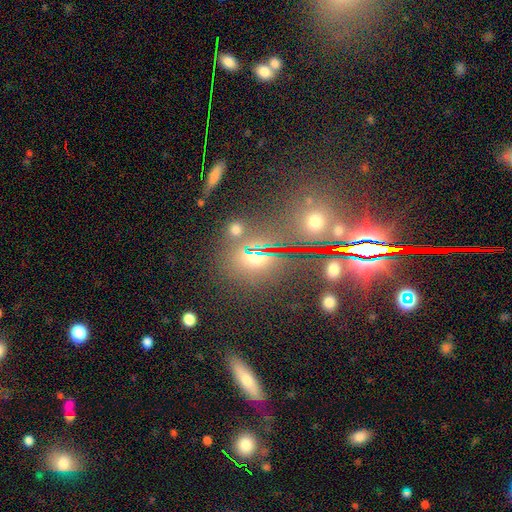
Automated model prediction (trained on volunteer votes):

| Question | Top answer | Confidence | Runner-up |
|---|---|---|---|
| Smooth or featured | smooth | 45% | star or artifact (44%) |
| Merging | none | 70% | merger (12%) |